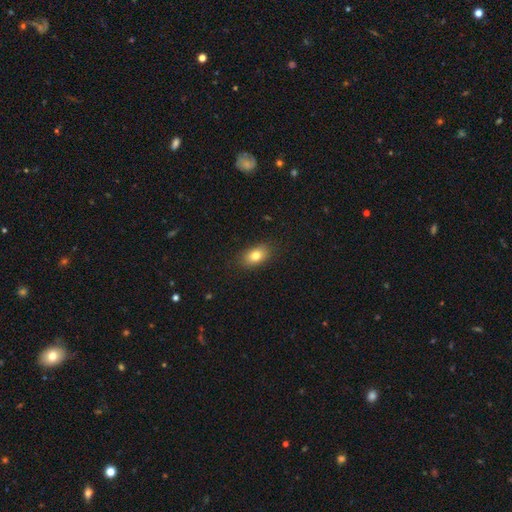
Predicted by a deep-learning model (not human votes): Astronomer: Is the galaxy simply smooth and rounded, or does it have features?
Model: smooth — 79%.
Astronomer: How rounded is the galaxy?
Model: in between — 86%.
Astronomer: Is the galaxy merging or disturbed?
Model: none — 87%.